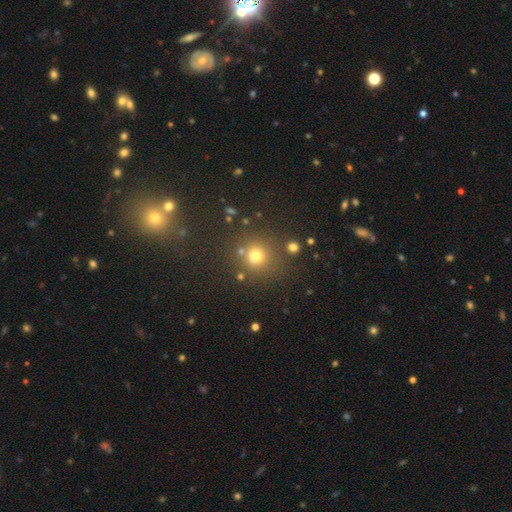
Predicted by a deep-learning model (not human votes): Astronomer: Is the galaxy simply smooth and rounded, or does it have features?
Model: smooth — 71%.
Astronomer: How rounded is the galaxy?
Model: round — 89%.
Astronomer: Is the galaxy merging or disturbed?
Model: none — 74%.